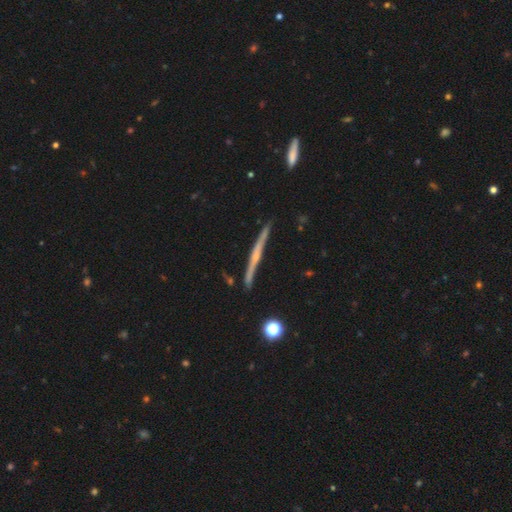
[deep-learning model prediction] Overall: featured or disk (76%). Edge-on disk: yes (98%). Edge-on bulge: rounded (63%; none 30%). Merging: none (87%).